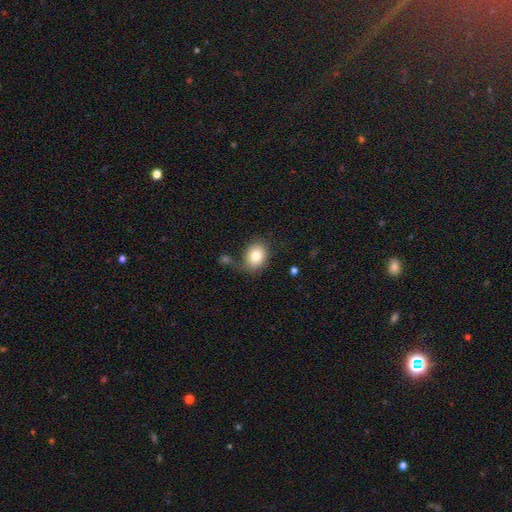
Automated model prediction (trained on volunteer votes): Smooth or featured?
  - smooth: 79% *
  - featured or disk: 11%
  - star or artifact: 9%
How rounded?
  - round: 53% *
  - in between: 46%
  - cigar-shaped: 1%
Merging?
  - none: 64% *
  - minor disturbance: 19%
  - major disturbance: 8%
  - merger: 8%